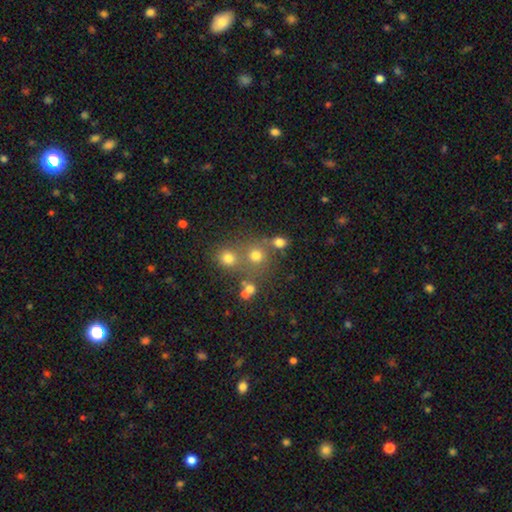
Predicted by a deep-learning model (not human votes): smooth-or-featured: smooth: 66% | star or artifact: 21% | featured or disk: 13%
  how-rounded: round: 86% | in between: 13% | cigar-shaped: 1%
  merging: none: 58% | merger: 30% | minor disturbance: 8% | major disturbance: 4%